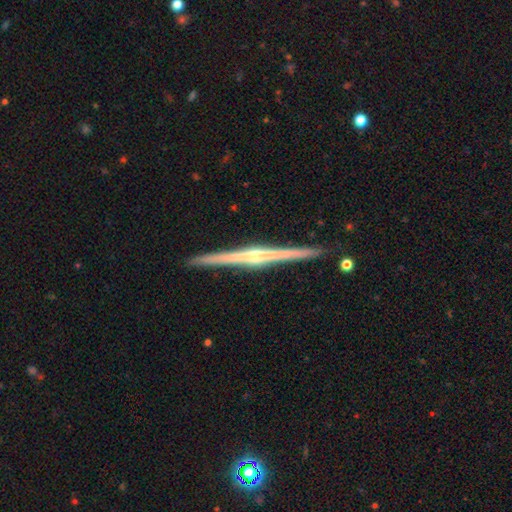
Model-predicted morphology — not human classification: A featured or disk galaxy (85%) viewed edge-on (99%) with a rounded central bulge (78%).

Vote fractions:
- Smooth or featured? featured or disk: 85% / smooth: 10% / star or artifact: 5%
- Edge-on disk? yes: 99% / no: 1%
- Edge-on bulge? rounded: 78% / none: 14% / boxy: 8%
- Merging? none: 92% / minor disturbance: 5% / merger: 1% / major disturbance: 1%